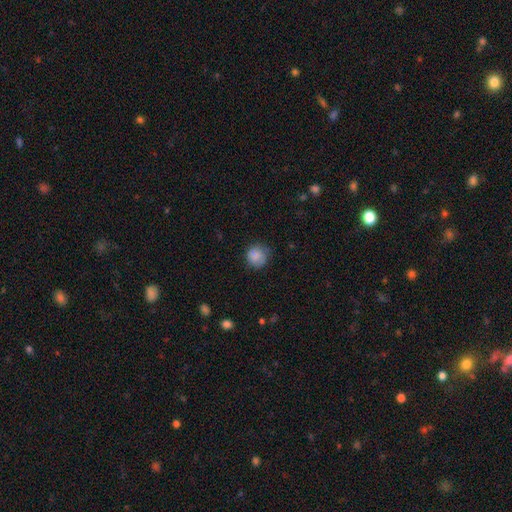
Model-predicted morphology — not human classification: smooth 83%, star or artifact 9%, featured or disk 8%. Down the decision tree: how rounded — round (90%); merging — none (73%).